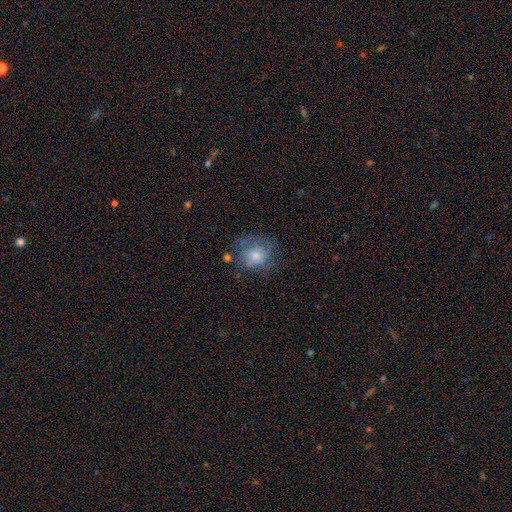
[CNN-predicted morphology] Smooth or featured? Predicted: smooth (p=0.55). How rounded? Predicted: round (p=0.76). Merging? Predicted: none (p=0.55).